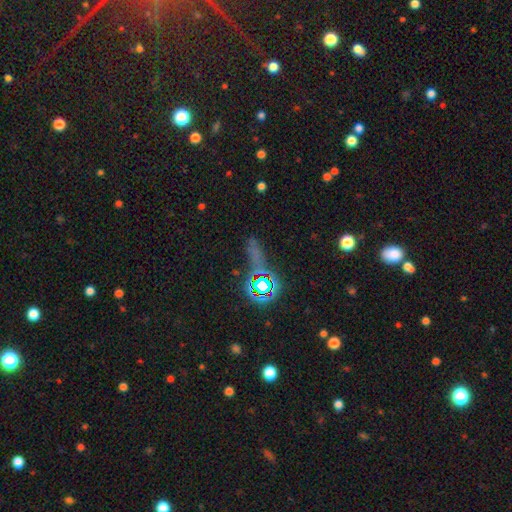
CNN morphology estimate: A star or artifact, not a galaxy (58%).

Vote fractions:
- Smooth or featured? star or artifact: 58% / smooth: 31% / featured or disk: 11%